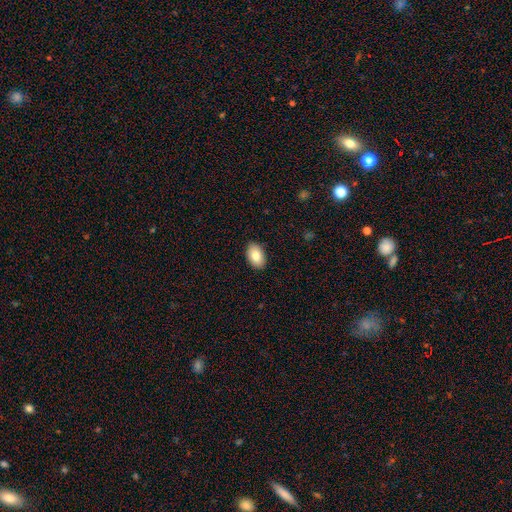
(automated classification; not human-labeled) A smooth galaxy with no disk features (81%) that is in between round and cigar-shaped (91%).

Vote fractions:
- Smooth or featured? smooth: 81% / featured or disk: 12% / star or artifact: 7%
- How rounded? in between: 91% / round: 8% / cigar-shaped: 1%
- Merging? none: 89% / minor disturbance: 8% / major disturbance: 2% / merger: 1%